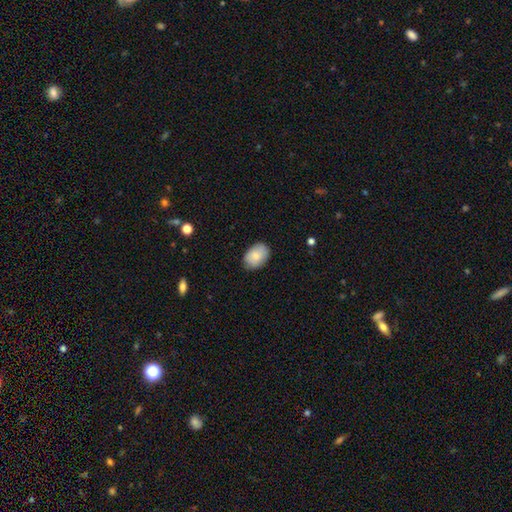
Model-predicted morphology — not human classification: smooth 83%, featured or disk 10%, star or artifact 7%. Down the decision tree: how rounded — in between (82%); merging — none (83%).